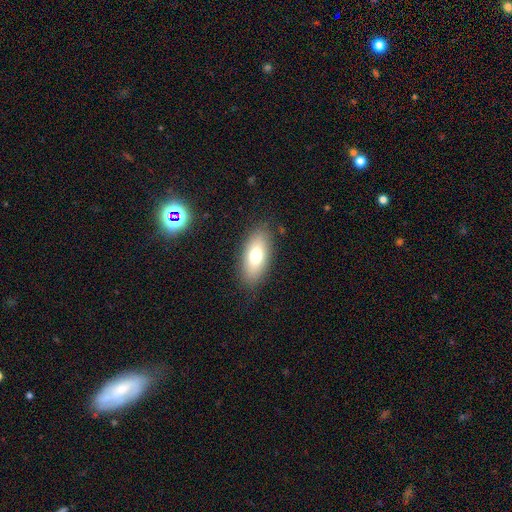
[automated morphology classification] A smooth galaxy with no disk features (72%) that is in between round and cigar-shaped (86%).

Vote fractions:
- Smooth or featured? smooth: 72% / featured or disk: 20% / star or artifact: 8%
- How rounded? in between: 86% / cigar-shaped: 10% / round: 4%
- Merging? none: 84% / minor disturbance: 11% / major disturbance: 4% / merger: 1%